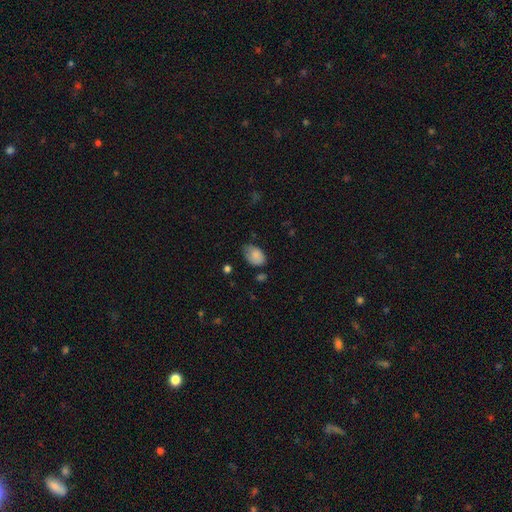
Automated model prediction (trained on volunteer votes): smooth-or-featured: smooth: 84% | featured or disk: 8% | star or artifact: 8%
  how-rounded: in between: 83% | round: 16% | cigar-shaped: 1%
  merging: none: 53% | minor disturbance: 37% | major disturbance: 8% | merger: 3%